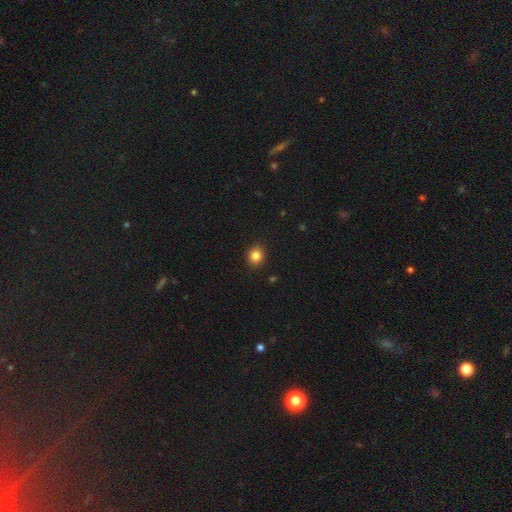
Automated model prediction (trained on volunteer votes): The model was most divided on "how rounded": round: 76%, in between: 23%, cigar-shaped: 1%. More confident: merging — none (91%); smooth or featured — smooth (84%).